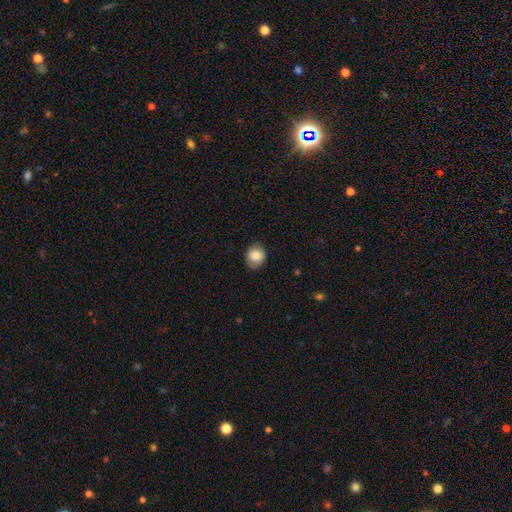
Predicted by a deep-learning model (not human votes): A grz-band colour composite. It shows a smooth galaxy with no disk features (82%) that is round (64%). Merging: none (82%).